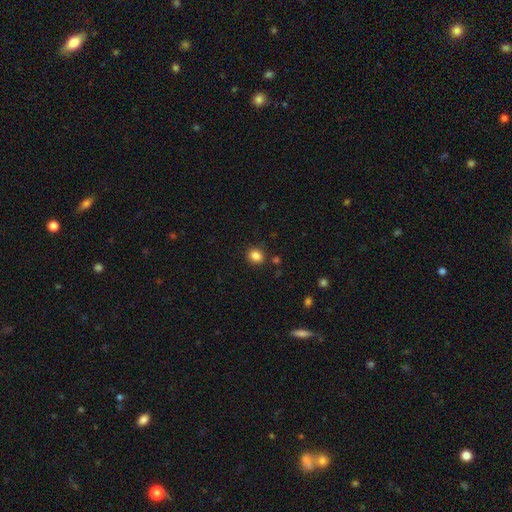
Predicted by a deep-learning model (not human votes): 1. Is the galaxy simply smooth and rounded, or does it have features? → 85% smooth, 11% star or artifact, 4% featured or disk.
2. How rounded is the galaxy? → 67% round, 32% in between, 1% cigar-shaped.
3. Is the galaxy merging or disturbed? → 86% none, 9% minor disturbance, 3% merger, 3% major disturbance.